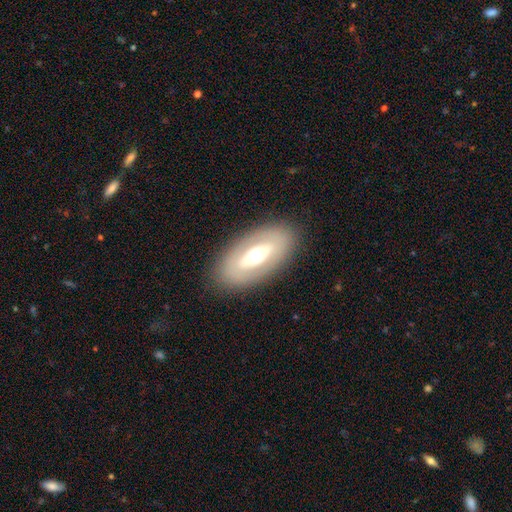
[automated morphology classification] smooth_or_featured: featured or disk (p=0.55) [alt: smooth p=0.39]
disk_edge_on: no (p=0.82) [alt: yes p=0.18]
merging: none (p=0.86) [alt: minor disturbance p=0.09]